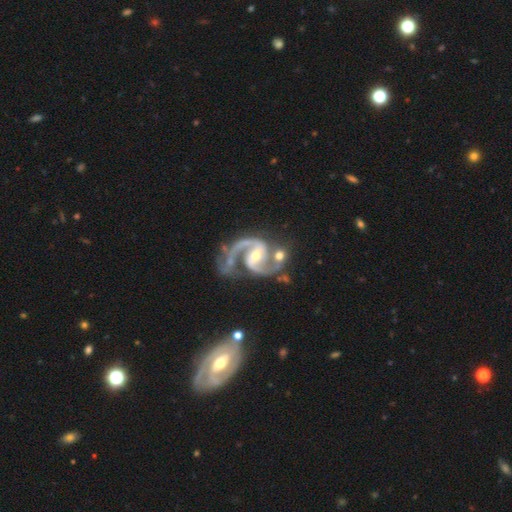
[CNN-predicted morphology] This appears to be a featured or disk galaxy (93%) with a weak bar (40%), 2 (92%) medium (65%) spiral arms (98%) and a small central bulge (49%). Merging: none (52%).